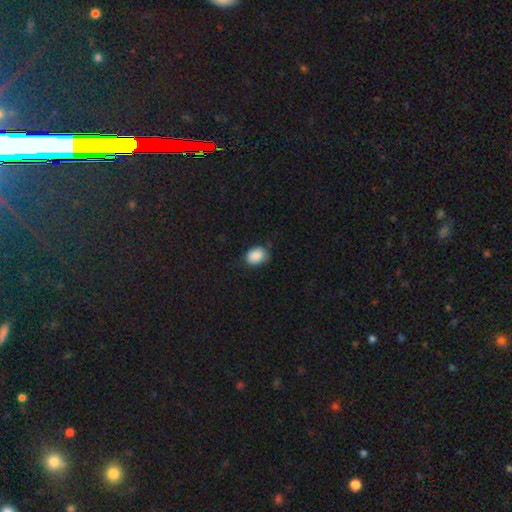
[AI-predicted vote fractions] Smooth or featured? smooth (88%)
How rounded? in between (61%)
Merging? none (71%)